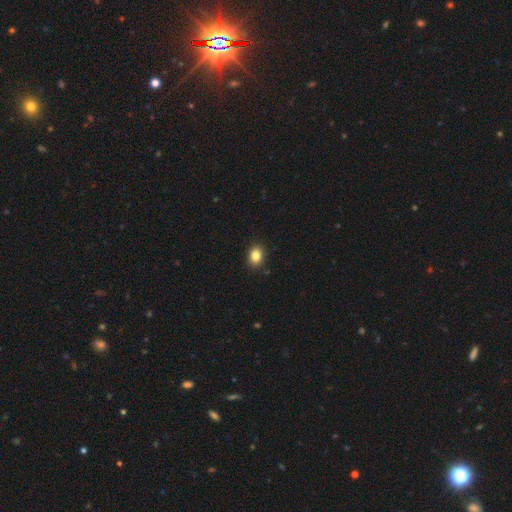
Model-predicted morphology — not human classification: The model was most divided on "how rounded": in between: 63%, round: 36%, cigar-shaped: 1%. More confident: merging — none (89%); smooth or featured — smooth (85%).